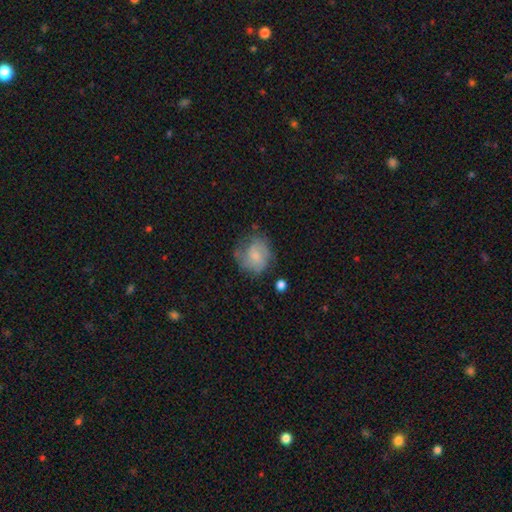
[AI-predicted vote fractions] A smooth galaxy with no disk features (58%) that is round (72%). Merging: none (55%).